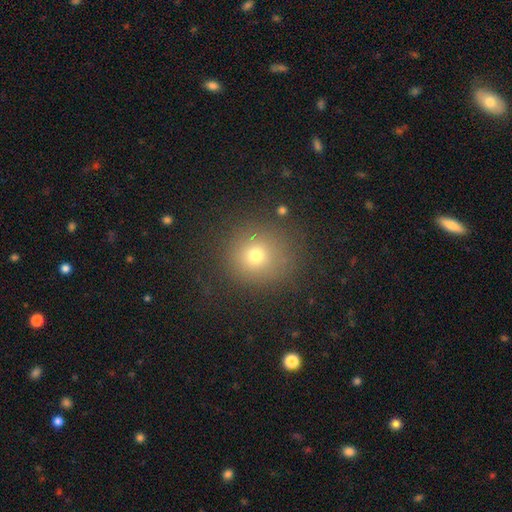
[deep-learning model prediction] Q: Smooth or featured?
A: smooth (71%); runner-up: star or artifact (18%)
Q: How rounded?
A: round (90%); runner-up: in between (9%)
Q: Merging?
A: none (83%); runner-up: minor disturbance (10%)